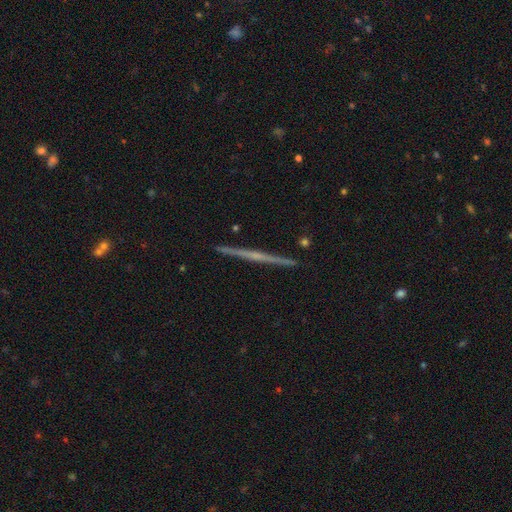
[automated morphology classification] featured or disk 74%, smooth 19%, star or artifact 6%. Down the decision tree: edge-on disk — yes (98%); edge-on bulge — none (54%); merging — none (92%).